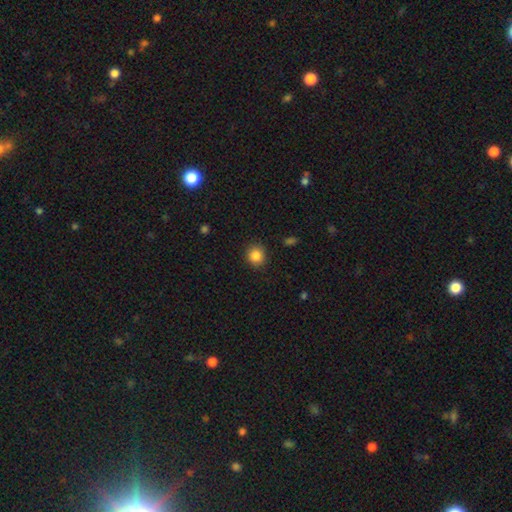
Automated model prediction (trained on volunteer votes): Q: Smooth or featured?
A: smooth (85%); runner-up: star or artifact (10%)
Q: How rounded?
A: round (88%); runner-up: in between (11%)
Q: Merging?
A: none (90%); runner-up: minor disturbance (7%)